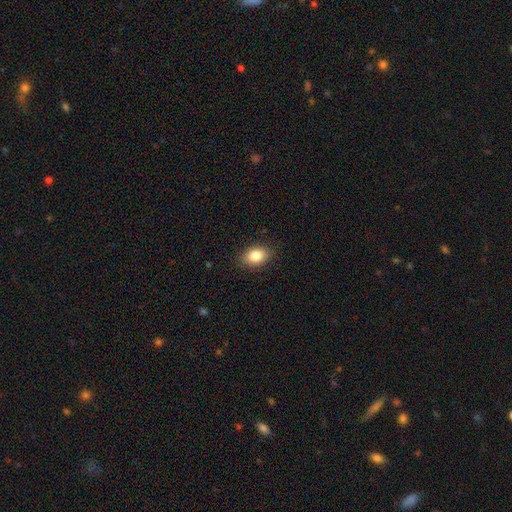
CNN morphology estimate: Smooth or featured: smooth — 85% (star or artifact — 8%)
How rounded: in between — 84% (round — 15%)
Merging: none — 86% (minor disturbance — 11%)